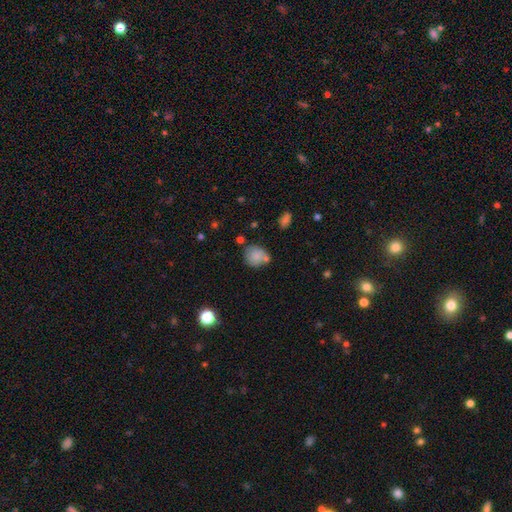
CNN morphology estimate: smooth-or-featured: smooth: 81% | featured or disk: 10% | star or artifact: 9%
  how-rounded: round: 77% | in between: 22% | cigar-shaped: 1%
  merging: none: 58% | minor disturbance: 19% | merger: 17% | major disturbance: 6%